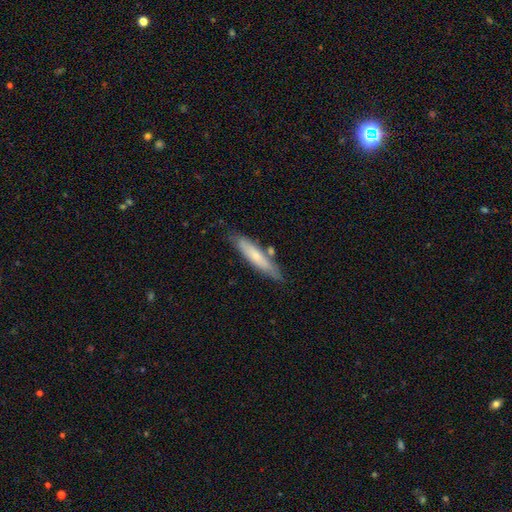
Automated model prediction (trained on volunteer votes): Morphology: type=smooth (60%); roundness=cigar-shaped (85%); merging=none (74%).